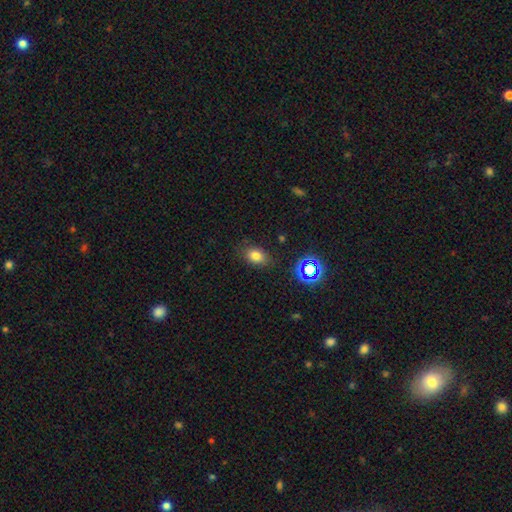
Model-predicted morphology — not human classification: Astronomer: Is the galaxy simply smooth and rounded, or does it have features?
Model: smooth — 77%.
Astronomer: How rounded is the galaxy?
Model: in between — 76%.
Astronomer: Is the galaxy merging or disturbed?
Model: none — 82%.